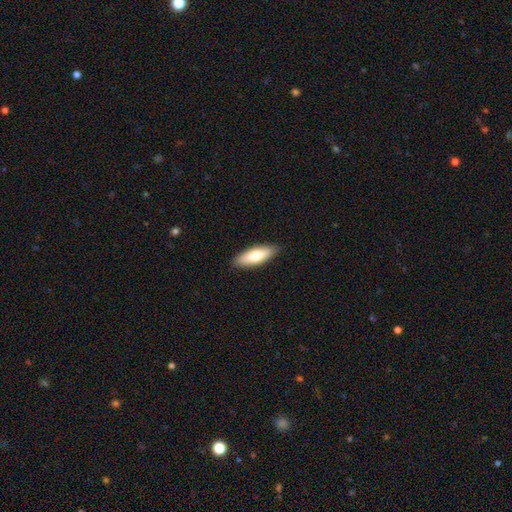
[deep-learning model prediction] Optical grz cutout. It shows a smooth galaxy with no disk features (75%) that is in between round and cigar-shaped (61%). Merging: none (88%).